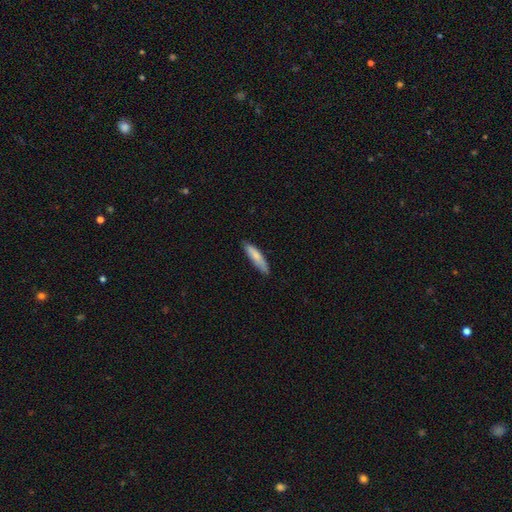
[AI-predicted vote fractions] Smooth or featured: smooth — 78% (featured or disk — 16%)
How rounded: cigar-shaped — 78% (in between — 21%)
Merging: none — 80% (minor disturbance — 17%)